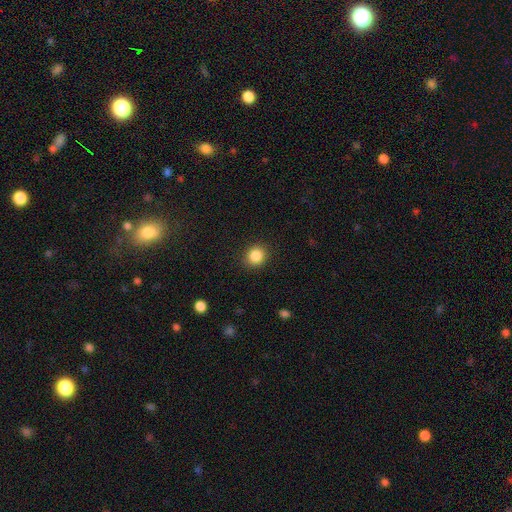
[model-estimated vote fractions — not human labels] Smooth or featured? Predicted: smooth (p=0.86). How rounded? Predicted: round (p=0.80). Merging? Predicted: none (p=0.89).